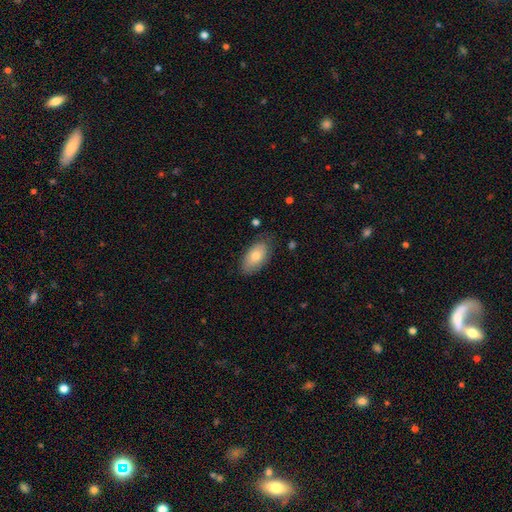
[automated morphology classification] A smooth galaxy with no disk features (78%) that is in between round and cigar-shaped (94%). Merging: none (77%).